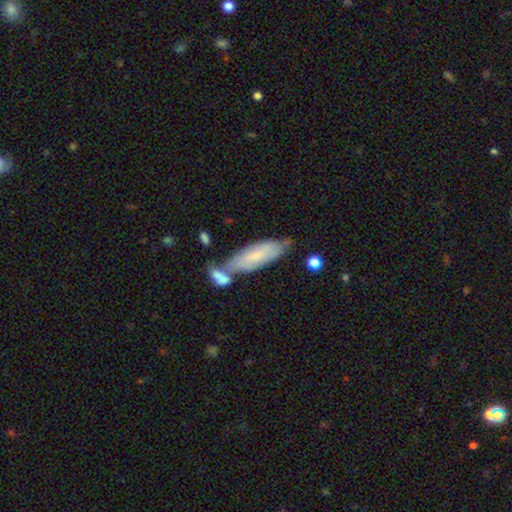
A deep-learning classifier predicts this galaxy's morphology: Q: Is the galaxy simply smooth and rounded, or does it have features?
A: smooth — 53%.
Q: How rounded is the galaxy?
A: in between — 55%.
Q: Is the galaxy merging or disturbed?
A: none — 49%.